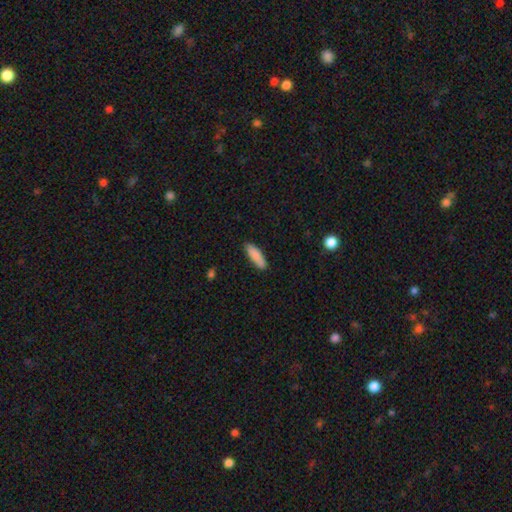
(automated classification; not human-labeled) smooth_or_featured: smooth (p=0.87) [alt: featured or disk p=0.07]
how_rounded: cigar-shaped (p=0.52) [alt: in between p=0.47]
merging: none (p=0.84) [alt: minor disturbance p=0.12]